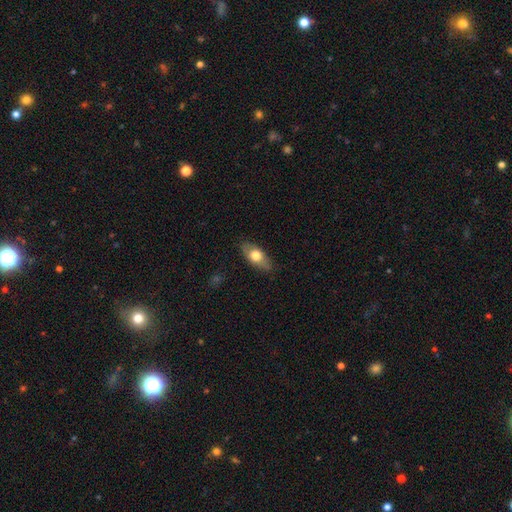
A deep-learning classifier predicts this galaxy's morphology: smooth-or-featured: smooth: 65% | featured or disk: 29% | star or artifact: 6%
  how-rounded: in between: 85% | cigar-shaped: 10% | round: 5%
  merging: none: 84% | minor disturbance: 13% | major disturbance: 3% | merger: 1%